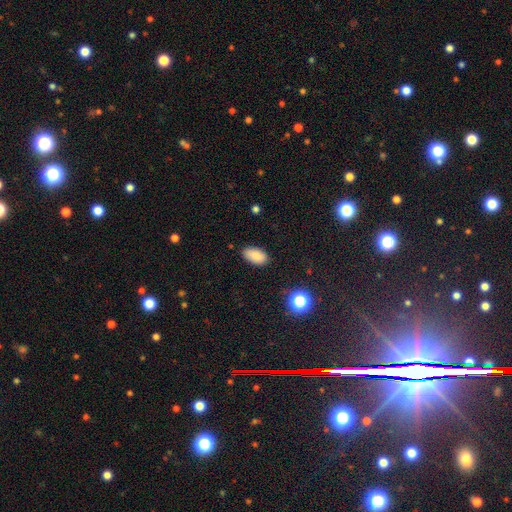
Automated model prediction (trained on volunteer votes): Smooth or featured: smooth — 86% (star or artifact — 9%)
How rounded: in between — 93% (round — 4%)
Merging: none — 85% (minor disturbance — 11%)